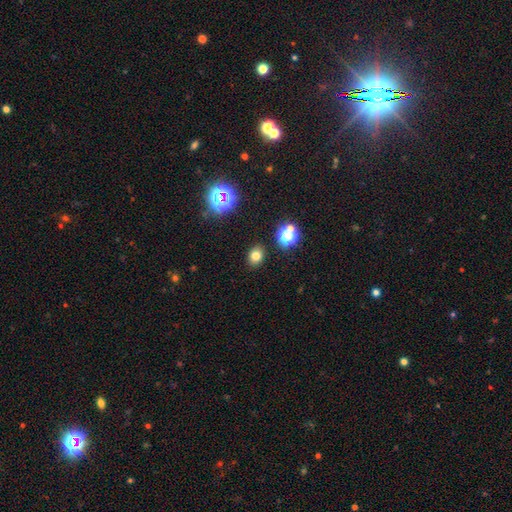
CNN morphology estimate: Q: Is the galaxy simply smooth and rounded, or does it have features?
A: smooth — 75%.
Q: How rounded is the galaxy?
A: in between — 50%.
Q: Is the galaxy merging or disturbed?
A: none — 88%.